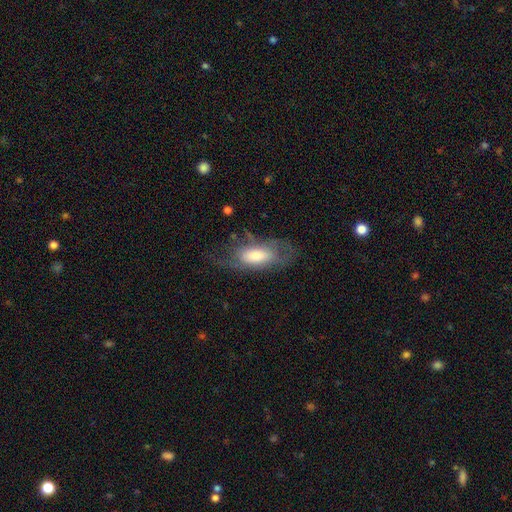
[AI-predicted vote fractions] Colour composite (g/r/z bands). It shows a smooth galaxy with no disk features (50%). Merging: none (49%).